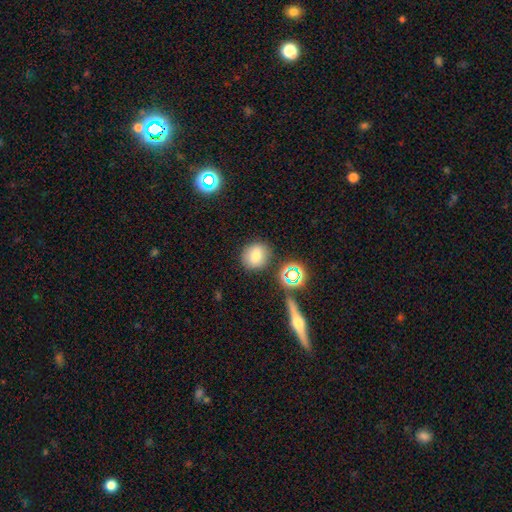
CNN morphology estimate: smooth-or-featured: smooth: 77% | star or artifact: 14% | featured or disk: 10%
  how-rounded: round: 78% | in between: 21% | cigar-shaped: 1%
  merging: none: 83% | minor disturbance: 9% | merger: 5% | major disturbance: 3%